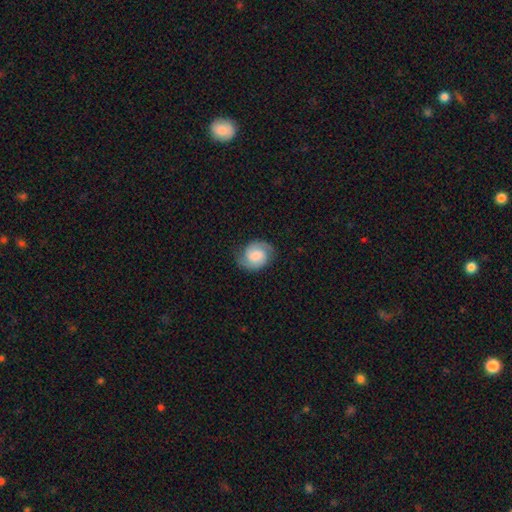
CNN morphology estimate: A featured or disk galaxy (66%) with no bar (53%), 2 (89%) medium (45%) spiral arms (95%) and a moderate central bulge (26%). Merging: none (78%).